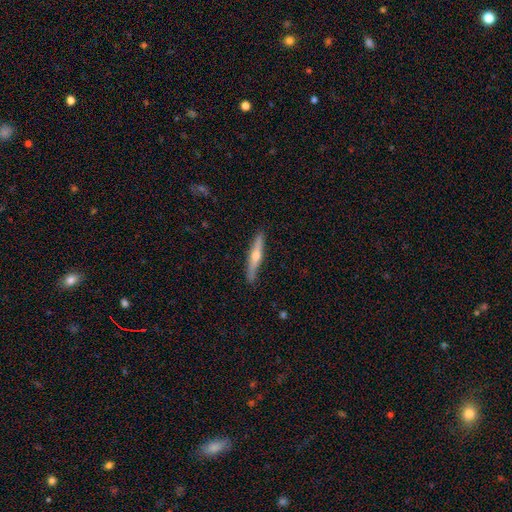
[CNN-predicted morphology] featured or disk 62%, smooth 32%, star or artifact 6%. Down the decision tree: edge-on disk — yes (96%); edge-on bulge — rounded (89%); merging — none (90%).